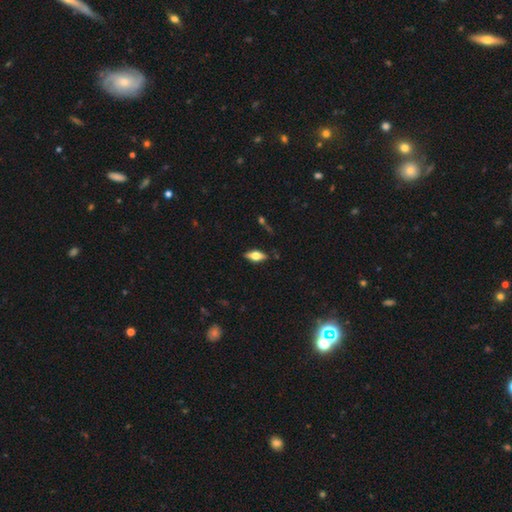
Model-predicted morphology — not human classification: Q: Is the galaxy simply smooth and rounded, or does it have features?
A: smooth — 50%.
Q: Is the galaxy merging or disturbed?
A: none — 83%.